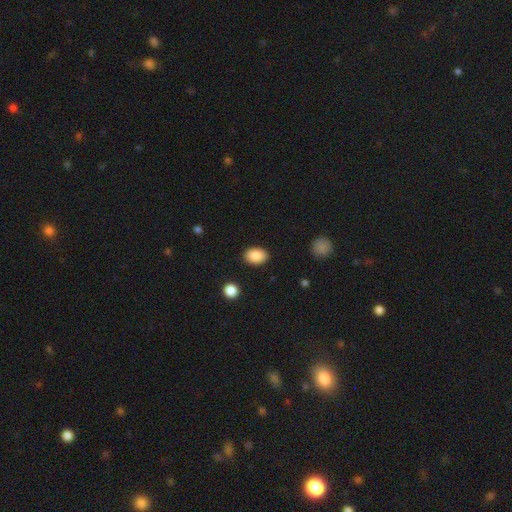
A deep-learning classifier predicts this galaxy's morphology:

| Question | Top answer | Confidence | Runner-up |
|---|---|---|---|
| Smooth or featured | smooth | 89% | star or artifact (7%) |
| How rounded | in between | 83% | round (16%) |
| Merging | none | 88% | minor disturbance (8%) |